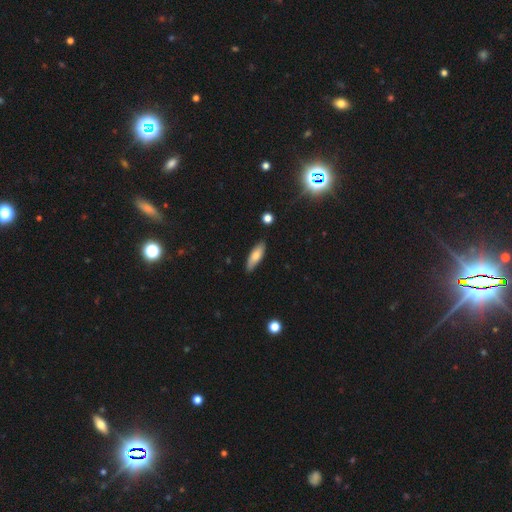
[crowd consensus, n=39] Smooth or featured? 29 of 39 (74%) said smooth. How rounded? 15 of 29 (52%) said in between. Merging? 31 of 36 (86%) said none.